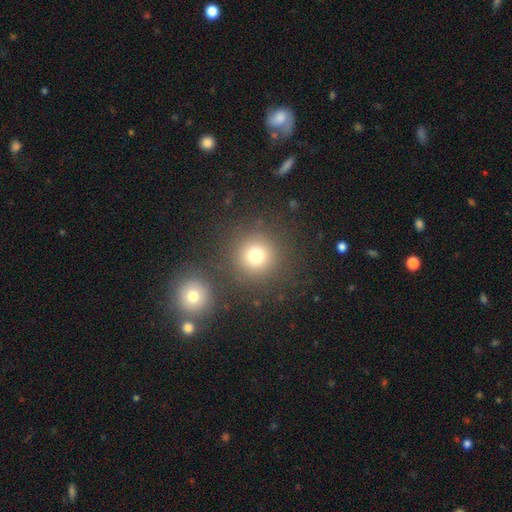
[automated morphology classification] Smooth or featured?
  - smooth: 75% *
  - star or artifact: 16%
  - featured or disk: 9%
How rounded?
  - round: 94% *
  - in between: 5%
  - cigar-shaped: 1%
Merging?
  - none: 83% *
  - merger: 7%
  - minor disturbance: 7%
  - major disturbance: 4%